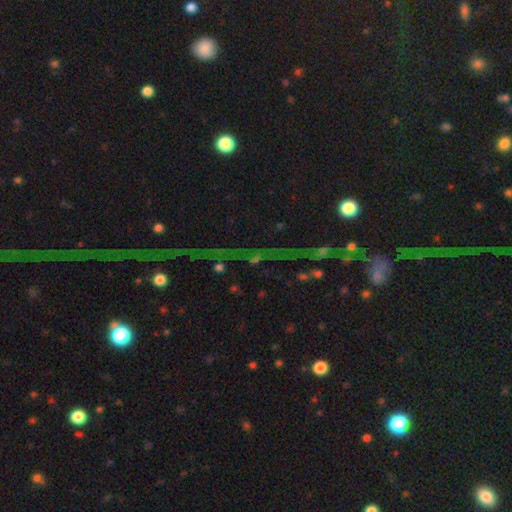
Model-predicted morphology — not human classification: Smooth or featured? star or artifact (70%)